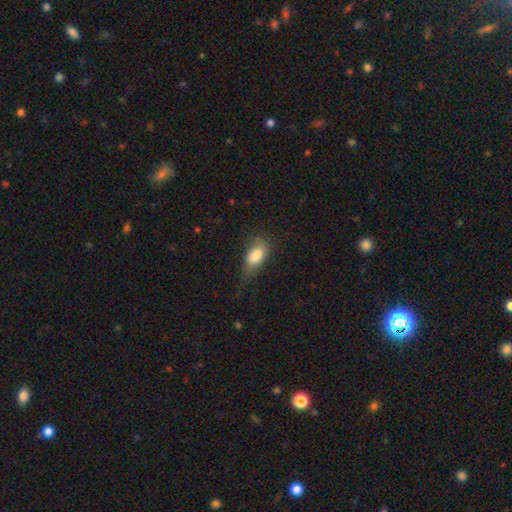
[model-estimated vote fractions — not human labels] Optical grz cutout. It shows a smooth galaxy with no disk features (81%) that is in between round and cigar-shaped (87%). Merging: none (46%).